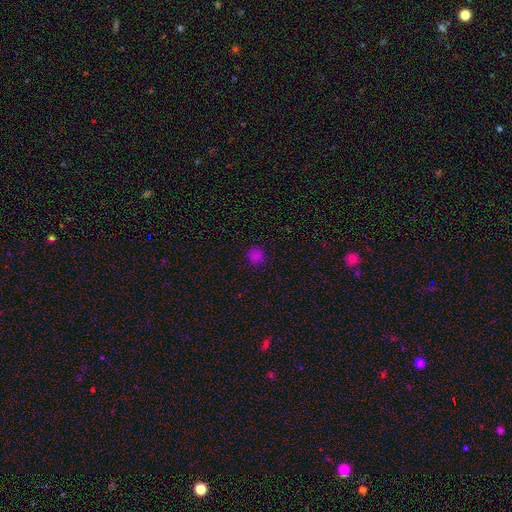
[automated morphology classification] Smooth or featured? Predicted: smooth (p=0.76). How rounded? Predicted: round (p=0.92). Merging? Predicted: none (p=0.89).